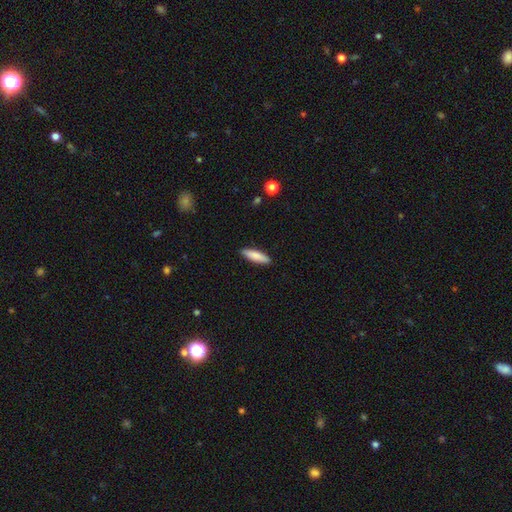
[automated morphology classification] Smooth or featured?
  - smooth: 83% *
  - featured or disk: 12%
  - star or artifact: 6%
How rounded?
  - cigar-shaped: 70% *
  - in between: 28%
  - round: 2%
Merging?
  - none: 90% *
  - minor disturbance: 8%
  - major disturbance: 2%
  - merger: 1%